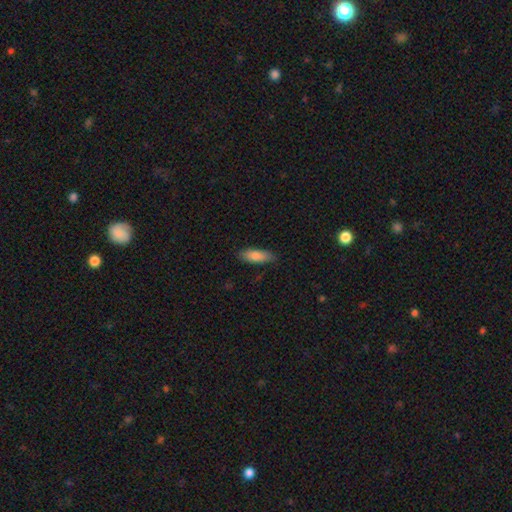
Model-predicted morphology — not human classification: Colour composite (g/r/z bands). It shows a smooth galaxy with no disk features (82%) that is in between round and cigar-shaped (62%). Merging: none (84%).